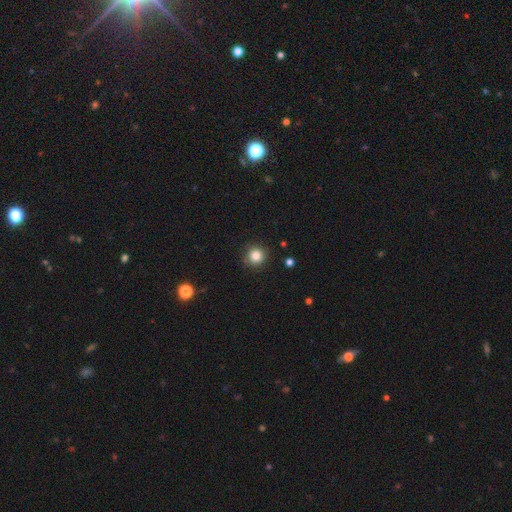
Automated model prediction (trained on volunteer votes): This appears to be a smooth galaxy with no disk features (84%) that is round (93%). Merging: none (89%).